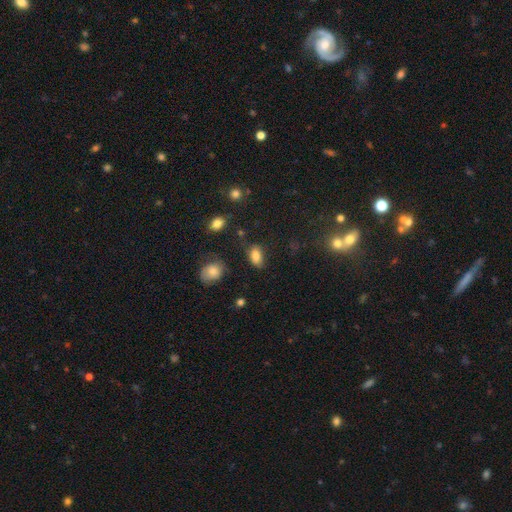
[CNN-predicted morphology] Smooth or featured? Predicted: smooth (p=0.84). How rounded? Predicted: in between (p=0.91). Merging? Predicted: none (p=0.72).